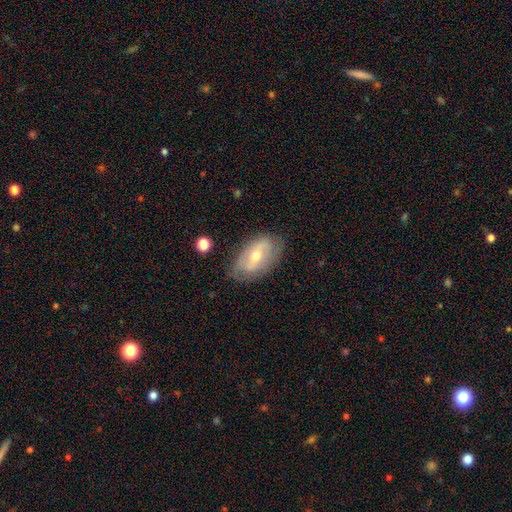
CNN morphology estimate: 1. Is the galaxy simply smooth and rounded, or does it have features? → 60% featured or disk, 33% smooth, 7% star or artifact.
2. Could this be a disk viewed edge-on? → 89% no, 11% yes.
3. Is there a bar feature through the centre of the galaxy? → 40% weak, 31% strong, 29% no.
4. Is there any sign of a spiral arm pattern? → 55% yes, 45% no.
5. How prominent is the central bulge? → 57% moderate, 39% small, 2% large, 1% none, 1% dominant.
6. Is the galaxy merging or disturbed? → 74% none, 19% minor disturbance, 5% major disturbance, 2% merger.